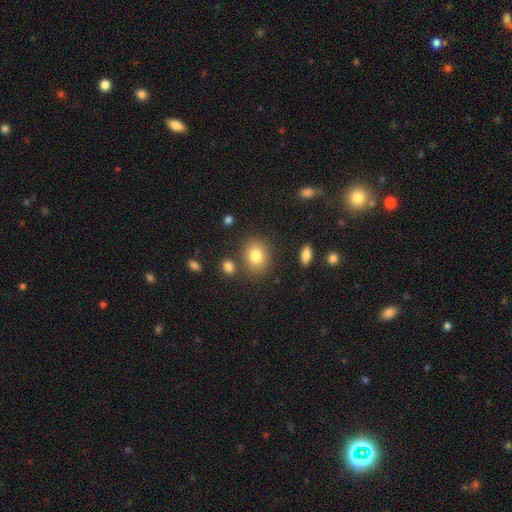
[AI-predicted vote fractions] A smooth galaxy with no disk features (81%) that is in between round and cigar-shaped (51%).

Vote fractions:
- Smooth or featured? smooth: 81% / star or artifact: 10% / featured or disk: 10%
- How rounded? in between: 51% / round: 48% / cigar-shaped: 1%
- Merging? none: 79% / minor disturbance: 11% / merger: 6% / major disturbance: 4%